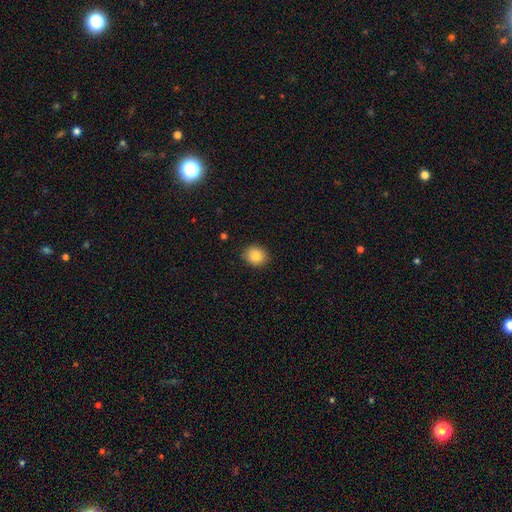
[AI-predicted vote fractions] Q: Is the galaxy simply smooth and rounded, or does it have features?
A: smooth — 84%.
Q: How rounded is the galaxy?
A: round — 70%.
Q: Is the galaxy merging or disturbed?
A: none — 88%.